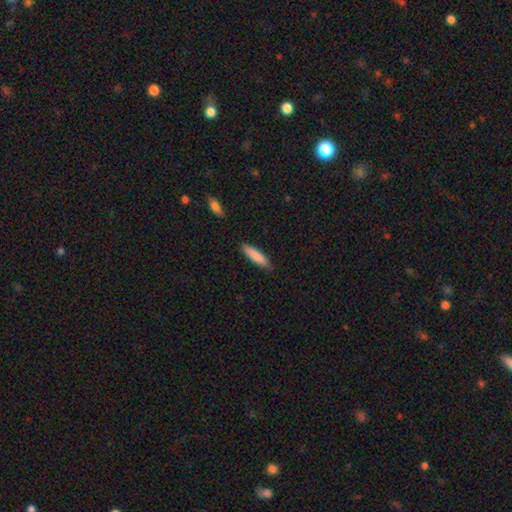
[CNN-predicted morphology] This is clearly a smooth galaxy (85%). How rounded: likely cigar-shaped (76%). Merging: clearly none (87%).